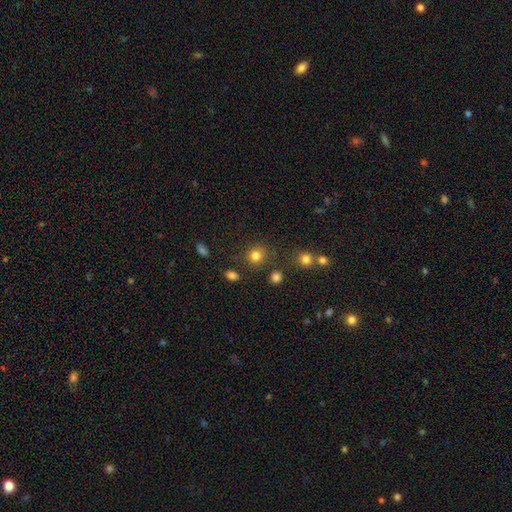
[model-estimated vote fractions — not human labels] Morphology: type=smooth (80%); roundness=round (87%); merging=none (81%).